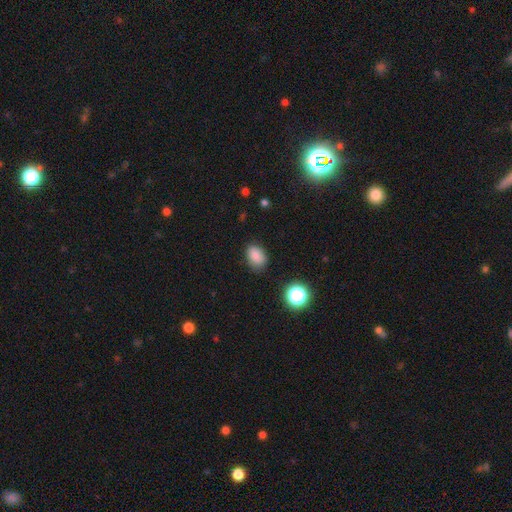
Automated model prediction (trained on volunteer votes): The model was most divided on "how rounded": in between: 79%, round: 19%, cigar-shaped: 1%. More confident: smooth or featured — smooth (83%); merging — none (79%).